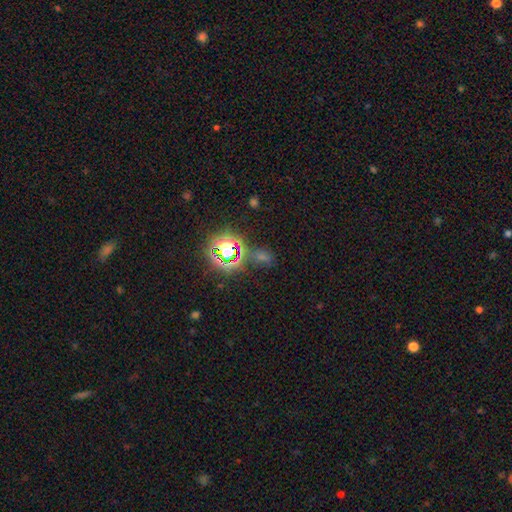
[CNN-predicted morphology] Smooth or featured: star or artifact — 72% (smooth — 20%)